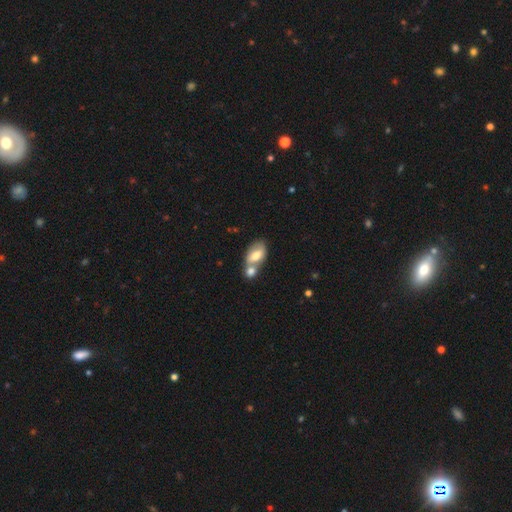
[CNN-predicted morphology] Q: Smooth or featured?
A: smooth (65%); runner-up: featured or disk (28%)
Q: How rounded?
A: in between (88%); runner-up: round (9%)
Q: Merging?
A: merger (58%); runner-up: none (28%)